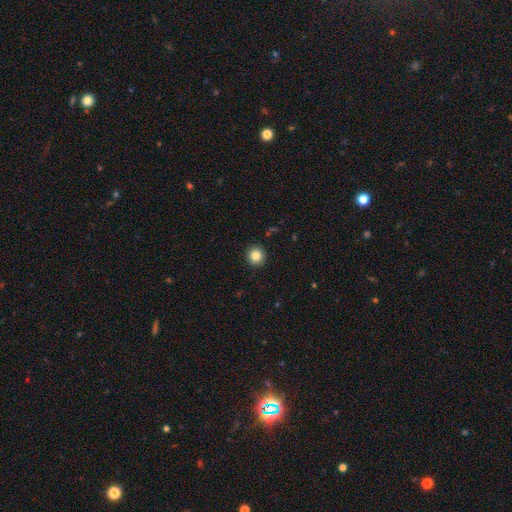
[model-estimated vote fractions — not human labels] Q: Smooth or featured?
A: smooth (84%); runner-up: star or artifact (11%)
Q: How rounded?
A: round (93%); runner-up: in between (6%)
Q: Merging?
A: none (93%); runner-up: minor disturbance (5%)